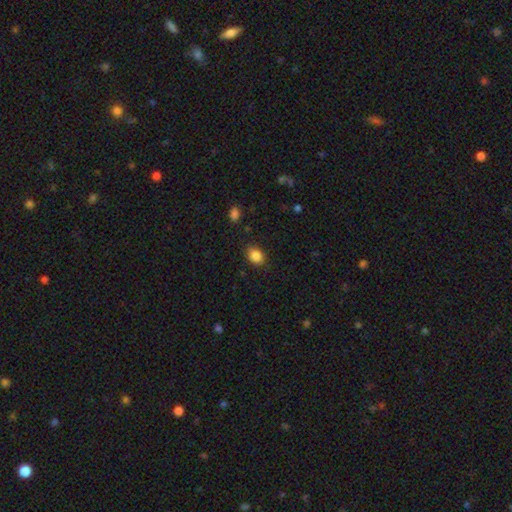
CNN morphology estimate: smooth 87%, star or artifact 9%, featured or disk 4%. Down the decision tree: how rounded — in between (62%); merging — none (84%).